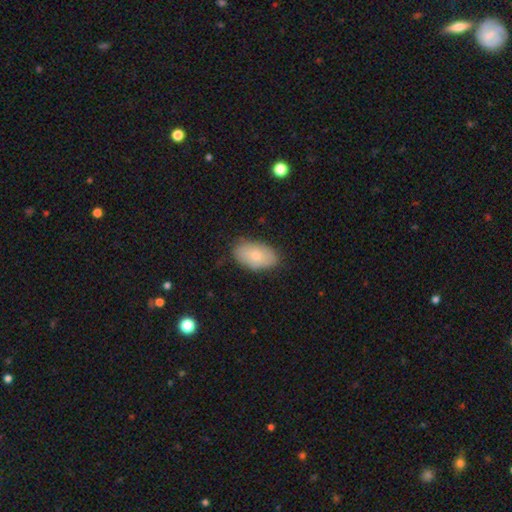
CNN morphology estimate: Overall: smooth (73%). How rounded: in between (92%). Merging: none (81%).